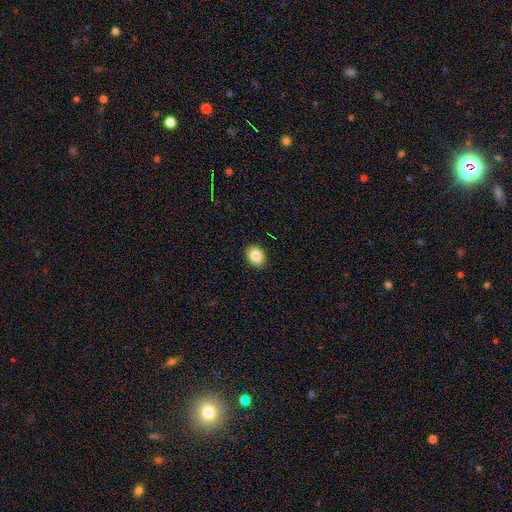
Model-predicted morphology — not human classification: Q: Smooth or featured?
A: smooth (84%); runner-up: star or artifact (9%)
Q: How rounded?
A: in between (58%); runner-up: round (41%)
Q: Merging?
A: none (91%); runner-up: minor disturbance (6%)